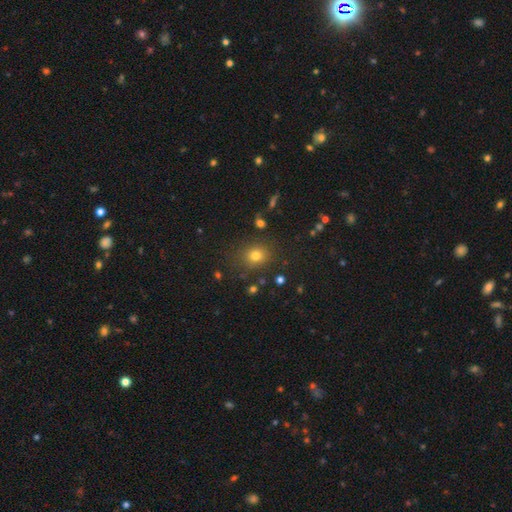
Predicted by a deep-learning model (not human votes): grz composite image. It shows a smooth galaxy with no disk features (74%) that is round (68%). Merging: none (82%).